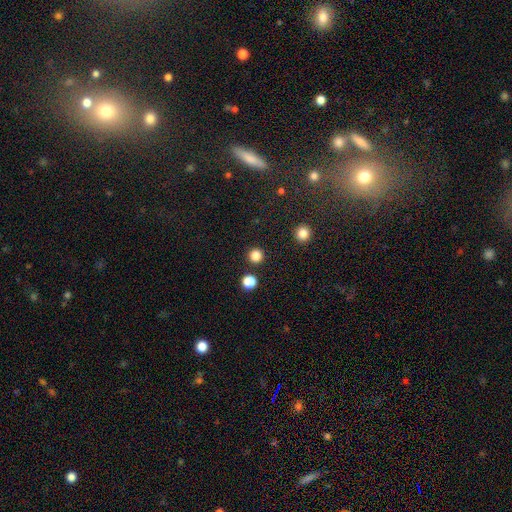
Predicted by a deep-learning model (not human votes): Morphology: type=smooth (83%); roundness=round (95%); merging=none (91%).